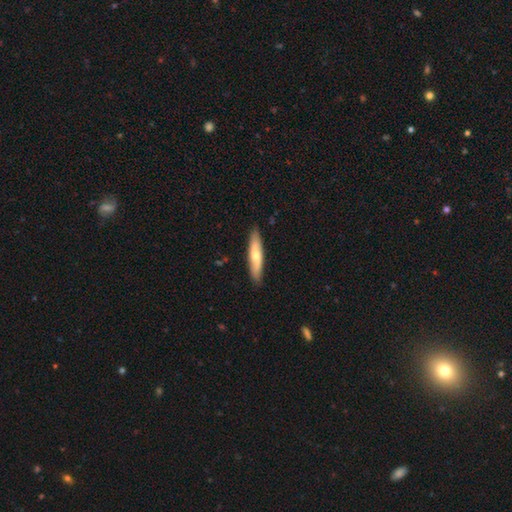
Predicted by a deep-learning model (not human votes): This is likely a smooth galaxy (60%). How rounded: likely cigar-shaped (79%). Merging: clearly none (87%).